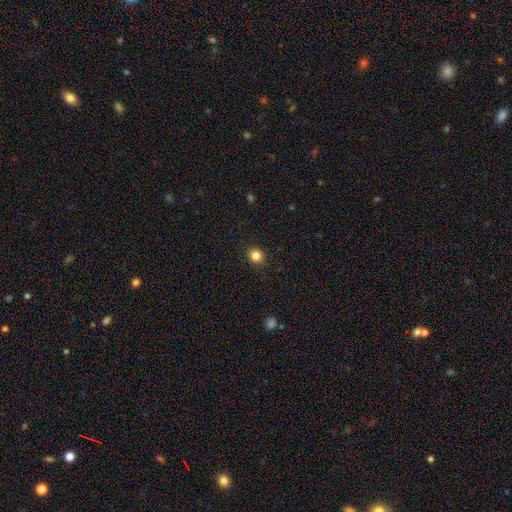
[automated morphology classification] This is clearly a smooth galaxy (84%). How rounded: clearly round (86%). Merging: clearly none (91%).